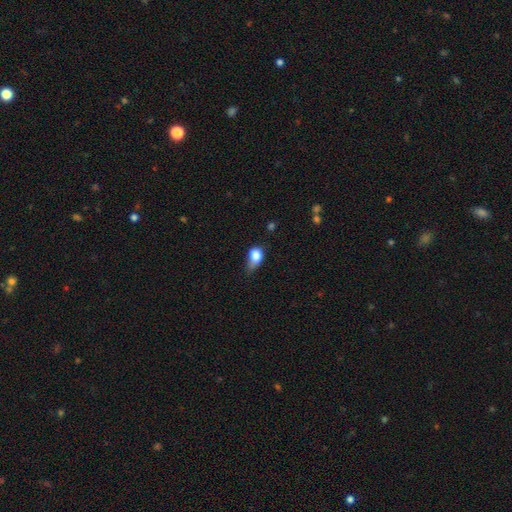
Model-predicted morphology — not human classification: Smooth or featured? Predicted: smooth (p=0.81). How rounded? Predicted: in between (p=0.67). Merging? Predicted: minor disturbance (p=0.48).